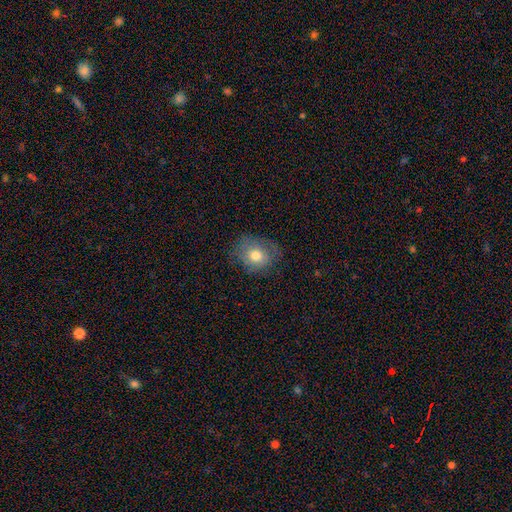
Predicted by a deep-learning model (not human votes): A smooth galaxy with no disk features (72%) that is round (57%).

Vote fractions:
- Smooth or featured? smooth: 72% / featured or disk: 19% / star or artifact: 10%
- How rounded? round: 57% / in between: 42% / cigar-shaped: 1%
- Merging? none: 70% / minor disturbance: 21% / major disturbance: 8% / merger: 1%